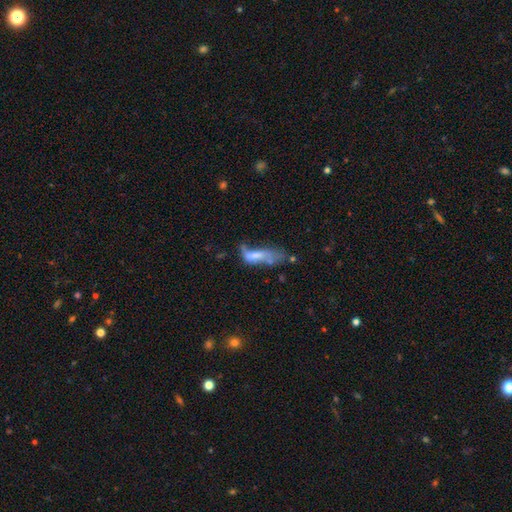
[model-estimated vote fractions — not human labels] Smooth or featured? Predicted: smooth (p=0.53). How rounded? Predicted: in between (p=0.54). Merging? Predicted: major disturbance (p=0.41).